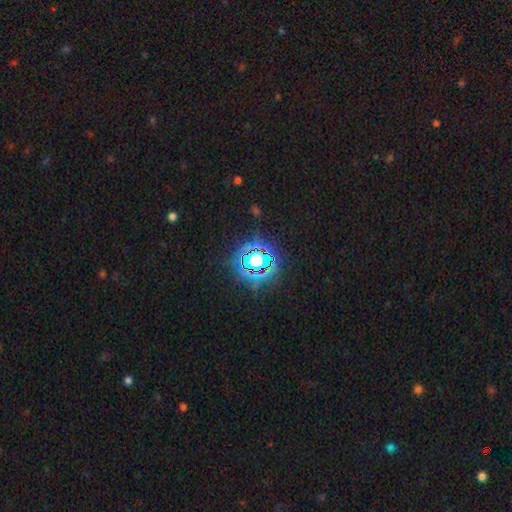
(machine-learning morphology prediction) Overall: star or artifact (81%).